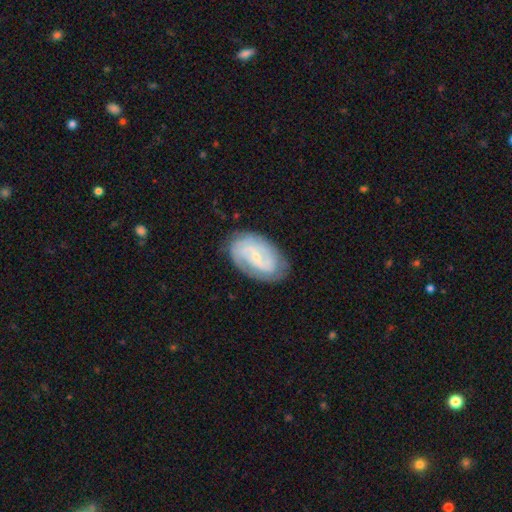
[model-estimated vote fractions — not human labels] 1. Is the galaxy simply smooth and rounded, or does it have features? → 76% featured or disk, 18% smooth, 6% star or artifact.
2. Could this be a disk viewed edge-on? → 96% no, 4% yes.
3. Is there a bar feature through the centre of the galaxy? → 45% no, 42% weak, 13% strong.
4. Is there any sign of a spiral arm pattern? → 92% yes, 8% no.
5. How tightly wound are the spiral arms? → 58% tight, 32% medium, 10% loose.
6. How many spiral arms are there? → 49% 2, 28% can't tell, 12% 3, 4% 1, 4% 4, 3% more than 4.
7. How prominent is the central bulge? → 76% small, 19% moderate, 3% none, 1% large, 1% dominant.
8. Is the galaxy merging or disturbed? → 78% none, 16% minor disturbance, 5% major disturbance, 1% merger.